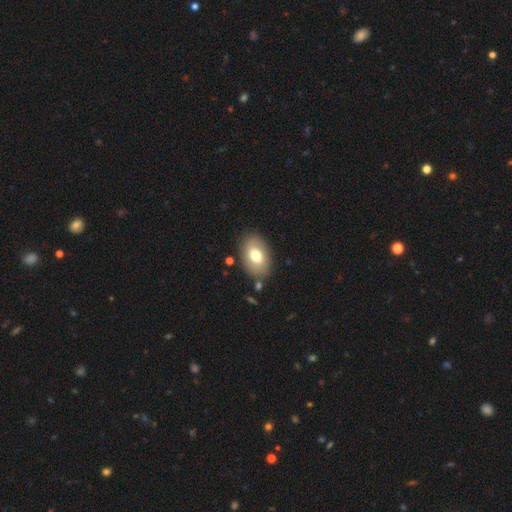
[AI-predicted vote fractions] smooth-or-featured: smooth: 71% | featured or disk: 22% | star or artifact: 7%
  how-rounded: in between: 88% | round: 11% | cigar-shaped: 1%
  merging: none: 82% | minor disturbance: 11% | merger: 3% | major disturbance: 3%